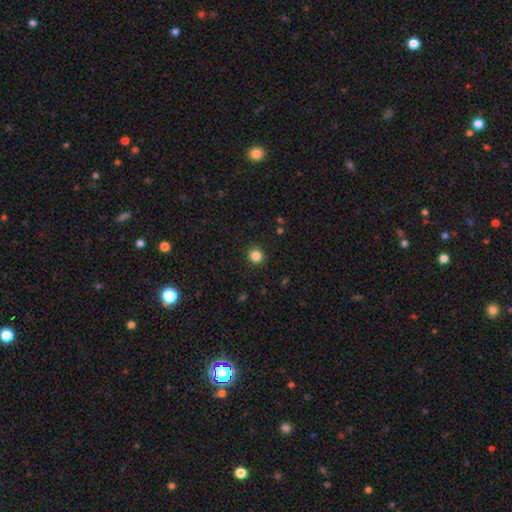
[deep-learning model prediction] Overall: smooth (84%). How rounded: round (88%). Merging: none (91%).